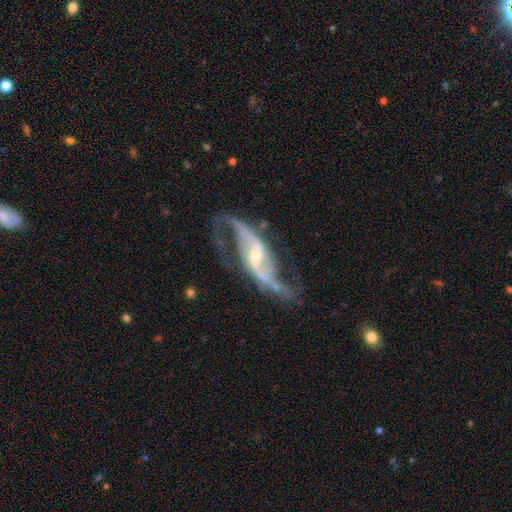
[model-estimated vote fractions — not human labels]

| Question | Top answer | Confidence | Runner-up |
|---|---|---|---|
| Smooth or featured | featured or disk | 91% | star or artifact (5%) |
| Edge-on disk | no | 94% | yes (6%) |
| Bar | strong | 49% | weak (35%) |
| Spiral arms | yes | 96% | no (4%) |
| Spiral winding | loose | 77% | medium (18%) |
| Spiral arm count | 2 | 94% | can't tell (2%) |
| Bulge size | small | 61% | moderate (33%) |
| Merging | none | 68% | minor disturbance (15%) |